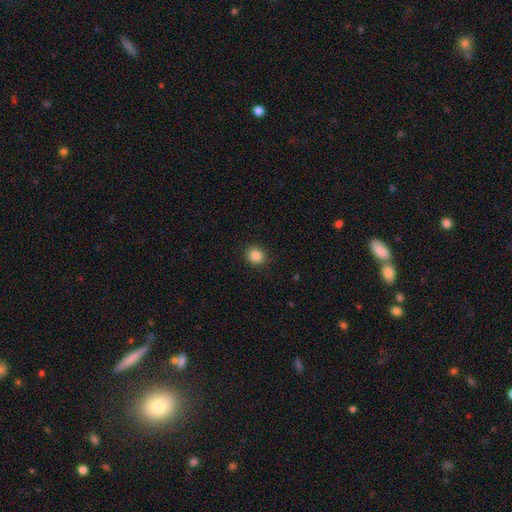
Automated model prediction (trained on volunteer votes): A smooth galaxy with no disk features (86%) that is round (78%). Merging: none (90%).